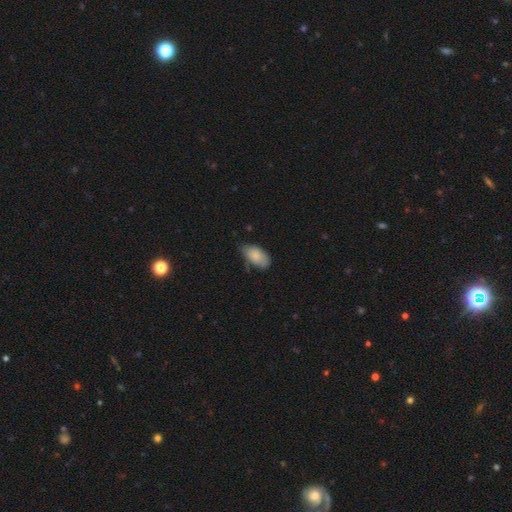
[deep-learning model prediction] Q: Smooth or featured?
A: smooth (83%); runner-up: featured or disk (10%)
Q: How rounded?
A: in between (94%); runner-up: round (4%)
Q: Merging?
A: none (61%); runner-up: minor disturbance (32%)